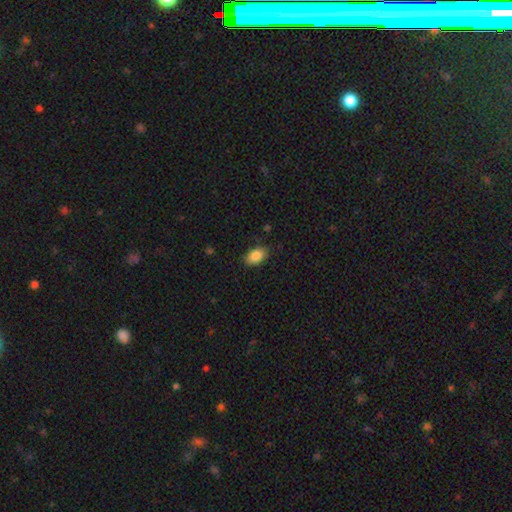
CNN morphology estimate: type=smooth (85%); roundness=in between (88%); merging=none (84%).